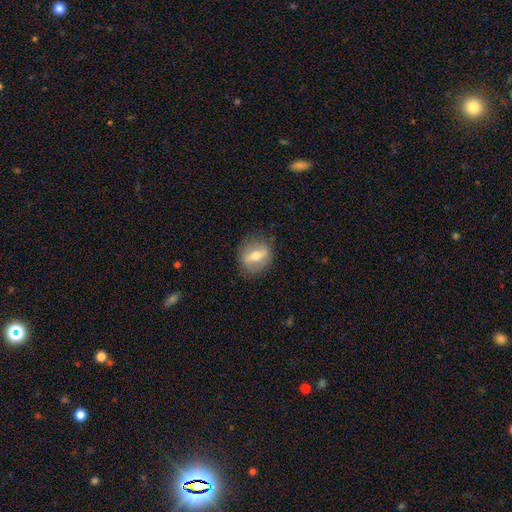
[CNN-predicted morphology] smooth_or_featured: featured or disk (p=0.48) [alt: smooth p=0.44]
merging: none (p=0.82) [alt: minor disturbance p=0.13]